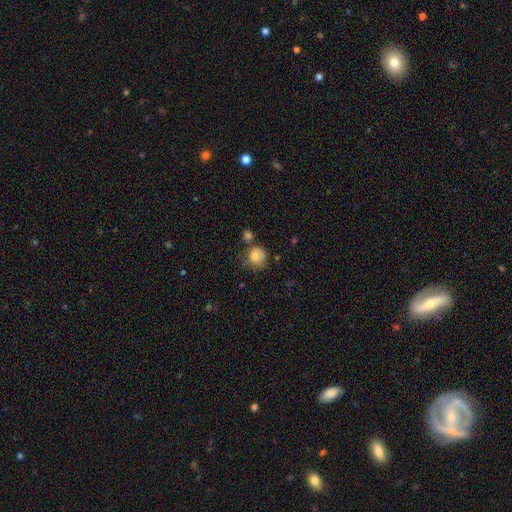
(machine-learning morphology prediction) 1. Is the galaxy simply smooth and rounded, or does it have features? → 73% smooth, 18% featured or disk, 9% star or artifact.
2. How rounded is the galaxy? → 83% round, 16% in between, 1% cigar-shaped.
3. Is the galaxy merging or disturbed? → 53% none, 25% minor disturbance, 12% merger, 11% major disturbance.